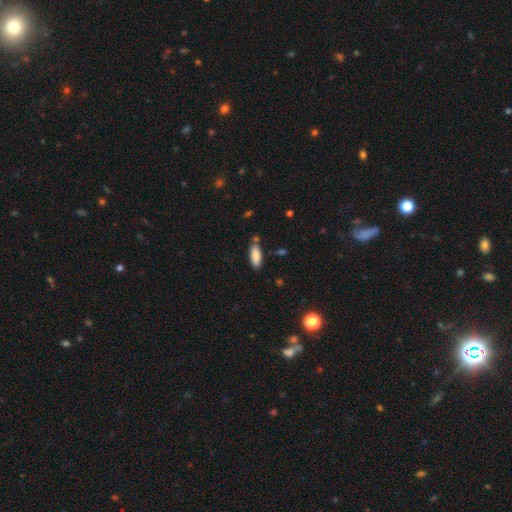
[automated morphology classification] Overall: smooth (84%). How rounded: in between (73%). Merging: none (77%).